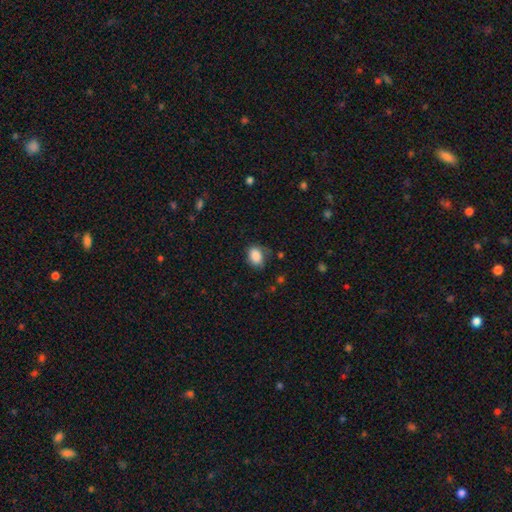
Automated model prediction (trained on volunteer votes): Smooth or featured? Predicted: smooth (p=0.87). How rounded? Predicted: in between (p=0.72). Merging? Predicted: none (p=0.67).